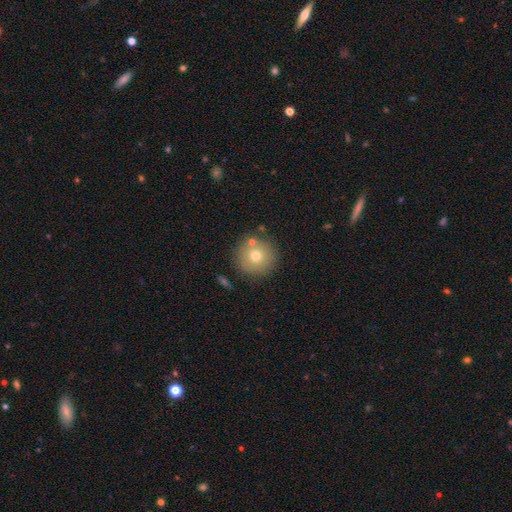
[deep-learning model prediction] This appears to be a smooth galaxy with no disk features (72%) that is round (96%). Merging: none (82%).